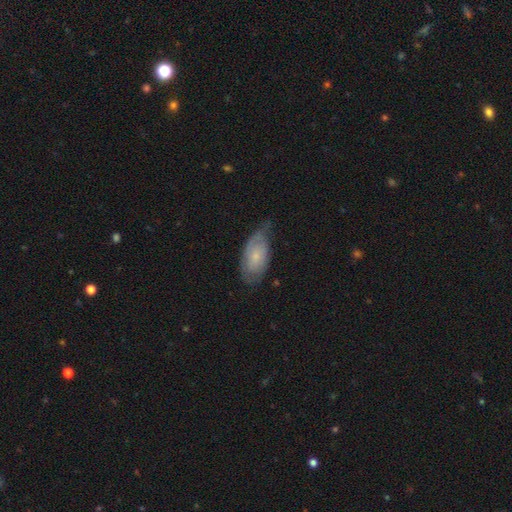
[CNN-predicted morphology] Smooth or featured: smooth — 56% (featured or disk — 37%)
How rounded: in between — 92% (cigar-shaped — 4%)
Merging: none — 45% (minor disturbance — 39%)